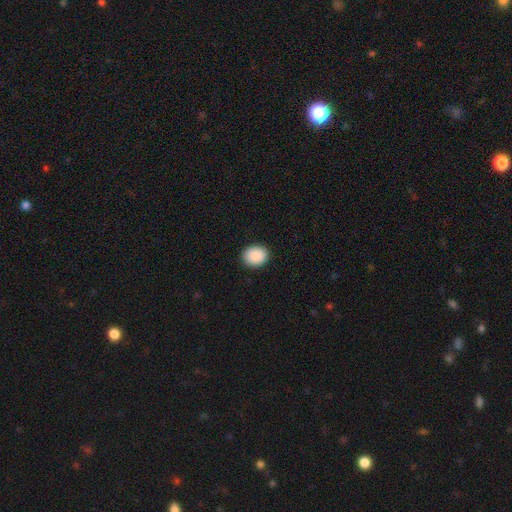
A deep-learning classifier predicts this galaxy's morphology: Smooth or featured: smooth — 90% (star or artifact — 7%)
How rounded: round — 52% (in between — 47%)
Merging: none — 91% (minor disturbance — 7%)